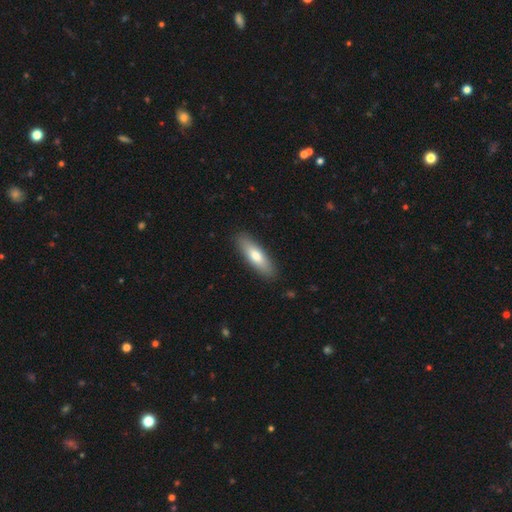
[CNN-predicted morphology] This appears to be a smooth galaxy with no disk features (72%) that is cigar-shaped (57%). Merging: none (89%).